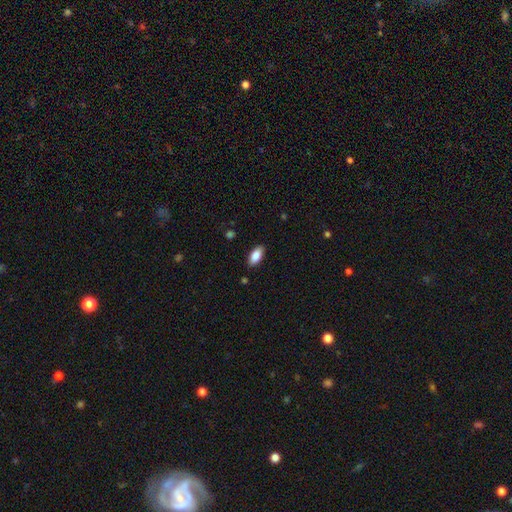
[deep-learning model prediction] Smooth or featured? Predicted: smooth (p=0.87). How rounded? Predicted: in between (p=0.90). Merging? Predicted: none (p=0.87).